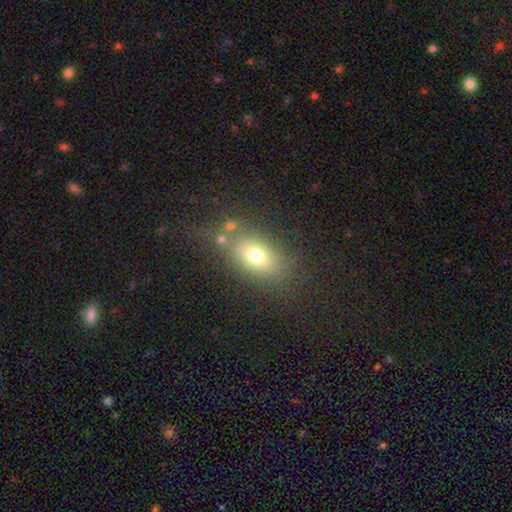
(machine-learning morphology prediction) This appears to be a smooth galaxy with no disk features (71%) that is in between round and cigar-shaped (77%). Merging: none (72%).